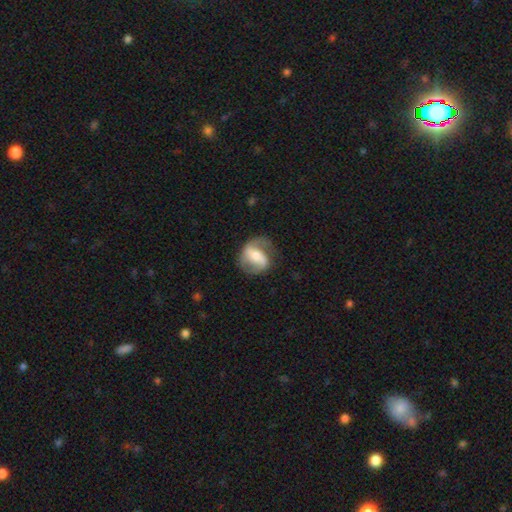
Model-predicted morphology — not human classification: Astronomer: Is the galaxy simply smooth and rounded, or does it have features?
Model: featured or disk — 67%.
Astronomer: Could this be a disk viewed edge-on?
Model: no — 96%.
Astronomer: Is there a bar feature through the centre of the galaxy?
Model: strong — 41% (runner-up: weak, 35%).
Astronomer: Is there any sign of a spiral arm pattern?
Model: yes — 83%.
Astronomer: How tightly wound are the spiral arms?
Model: medium — 43% (runner-up: loose, 36%).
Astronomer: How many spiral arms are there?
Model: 2 — 77%.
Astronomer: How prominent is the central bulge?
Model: moderate — 50% (runner-up: small, 30%).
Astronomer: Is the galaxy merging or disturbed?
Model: none — 61%.